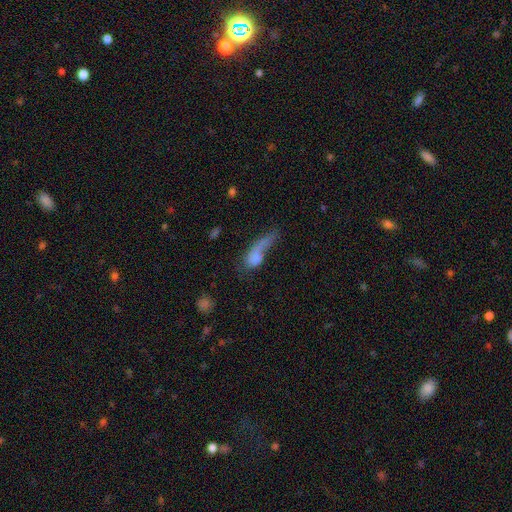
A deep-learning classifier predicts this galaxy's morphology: smooth-or-featured: smooth: 64% | featured or disk: 26% | star or artifact: 11%
  how-rounded: in between: 58% | cigar-shaped: 32% | round: 10%
  merging: major disturbance: 43% | none: 22% | merger: 18% | minor disturbance: 17%